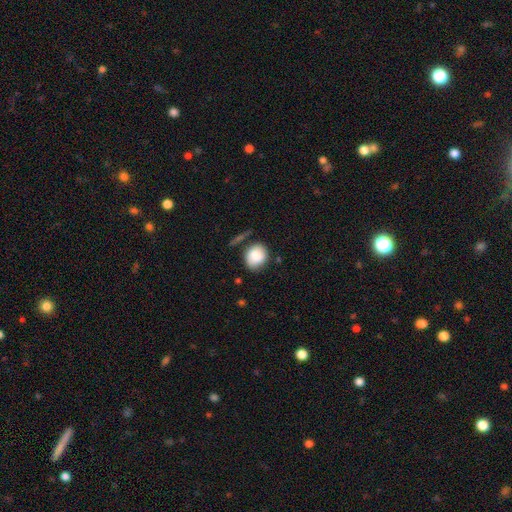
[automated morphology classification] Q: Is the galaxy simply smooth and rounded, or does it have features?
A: smooth — 83%.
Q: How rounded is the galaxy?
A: round — 64%.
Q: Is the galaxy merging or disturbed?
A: none — 66%.